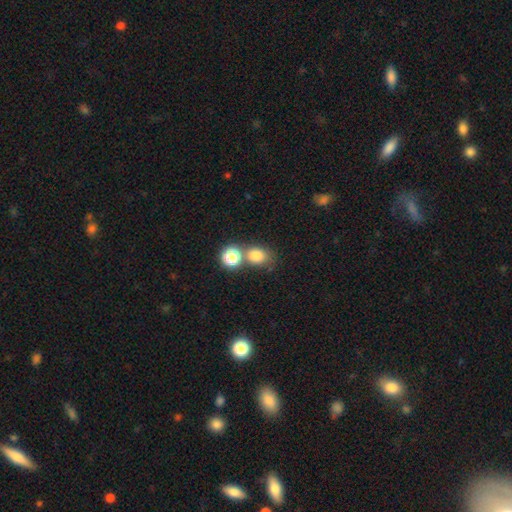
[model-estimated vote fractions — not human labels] This appears to be a smooth galaxy with no disk features (77%) that is round (60%). Merging: none (52%).